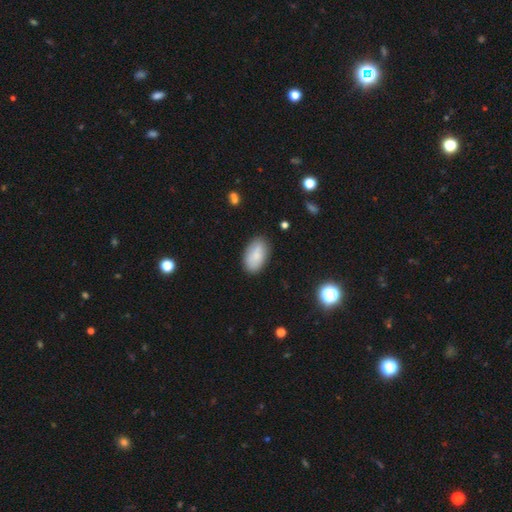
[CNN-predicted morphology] type=smooth (81%); roundness=in between (93%); merging=none (83%).